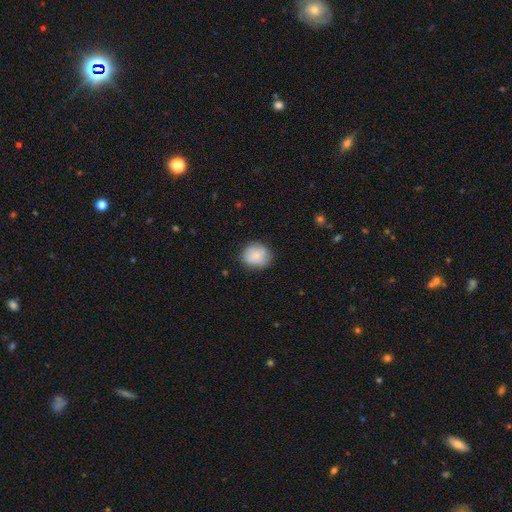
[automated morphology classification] Smooth or featured?
  - smooth: 81% *
  - featured or disk: 12%
  - star or artifact: 8%
How rounded?
  - round: 74% *
  - in between: 26%
  - cigar-shaped: 1%
Merging?
  - none: 76% *
  - minor disturbance: 18%
  - major disturbance: 4%
  - merger: 2%